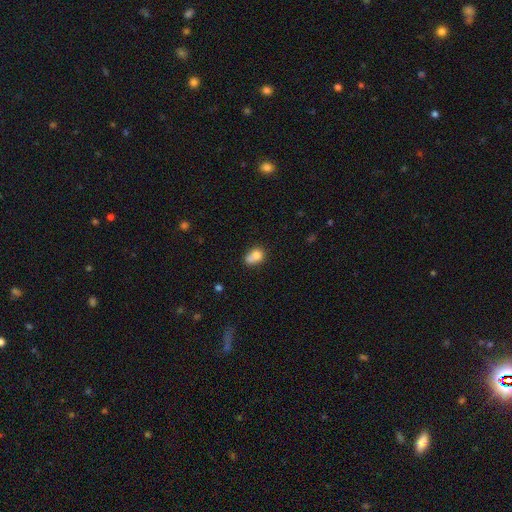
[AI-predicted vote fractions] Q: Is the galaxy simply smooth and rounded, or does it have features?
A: smooth — 77%.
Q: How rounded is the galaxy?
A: in between — 57%.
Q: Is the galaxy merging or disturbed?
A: merger — 35%, tied with none.